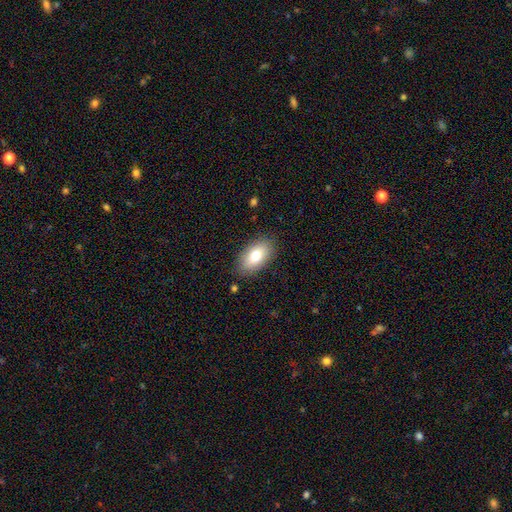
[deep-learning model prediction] Smooth or featured? Predicted: smooth (p=0.77). How rounded? Predicted: in between (p=0.92). Merging? Predicted: none (p=0.85).